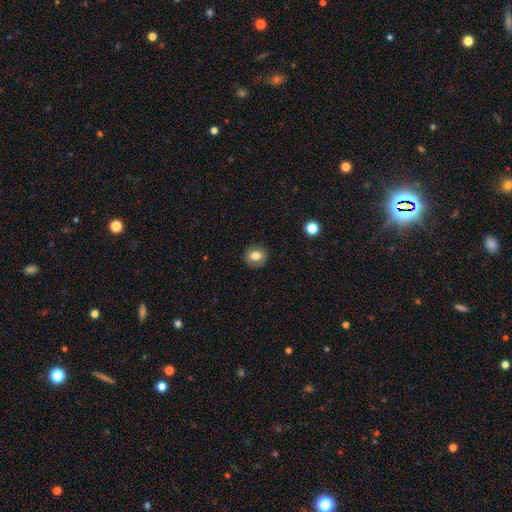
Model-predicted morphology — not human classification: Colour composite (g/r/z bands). It shows a smooth galaxy with no disk features (75%) that is round (73%). Merging: none (86%).